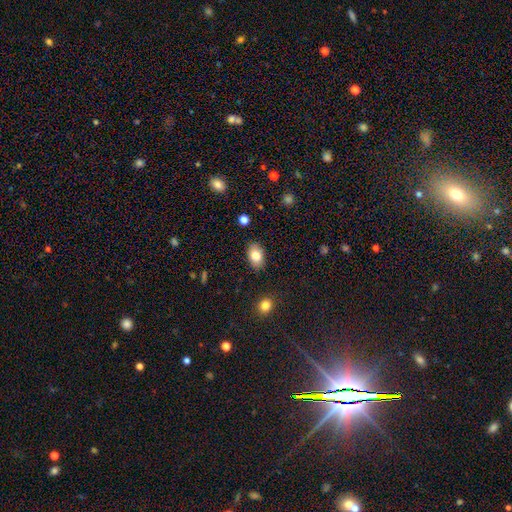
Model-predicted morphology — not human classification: This appears to be a smooth galaxy with no disk features (82%) that is in between round and cigar-shaped (85%). Merging: none (86%).